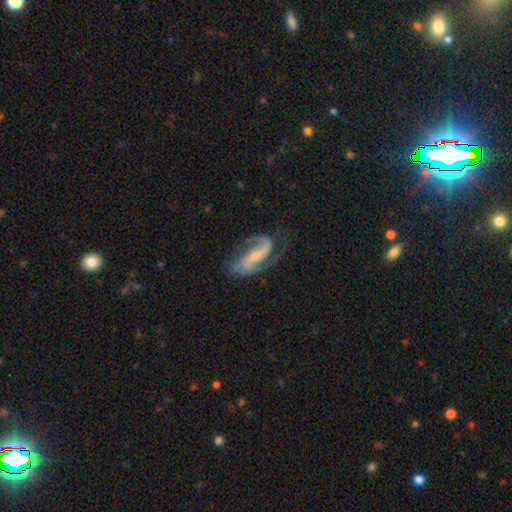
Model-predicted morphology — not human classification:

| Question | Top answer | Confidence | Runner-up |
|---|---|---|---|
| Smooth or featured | featured or disk | 87% | smooth (8%) |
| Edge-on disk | no | 95% | yes (5%) |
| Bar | strong | 39% | weak (35%) |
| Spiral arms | yes | 96% | no (4%) |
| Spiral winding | medium | 45% | loose (39%) |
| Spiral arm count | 2 | 86% | 1 (6%) |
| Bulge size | small | 57% | moderate (33%) |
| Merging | none | 64% | minor disturbance (19%) |